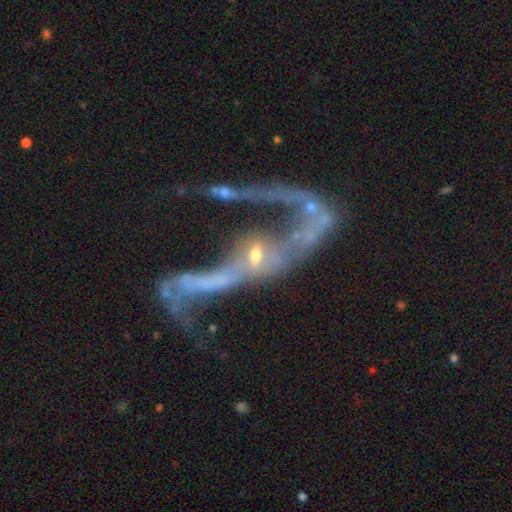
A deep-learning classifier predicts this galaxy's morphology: Overall: featured or disk (80%). Edge-on disk: no (88%). Bar: no (41%; weak 31%). Spiral arms: yes (83%). Spiral arm count: 2 (75%). Spiral winding: loose (70%). Bulge size: small (56%; moderate 27%). Merging: major disturbance (32%; none 31%).